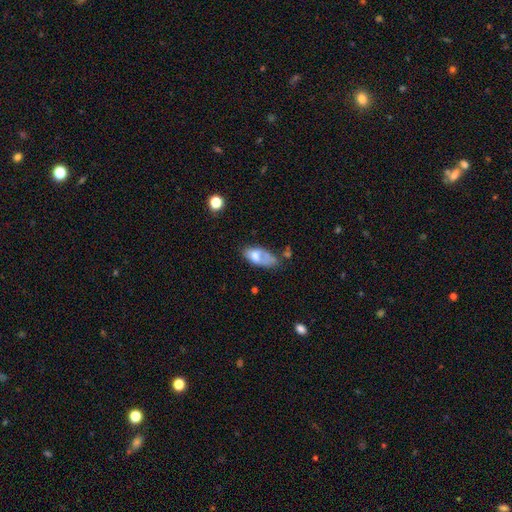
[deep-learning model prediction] smooth 61%, featured or disk 31%, star or artifact 9%. Down the decision tree: how rounded — in between (87%); merging — major disturbance (26%, tied with none and minor disturbance).